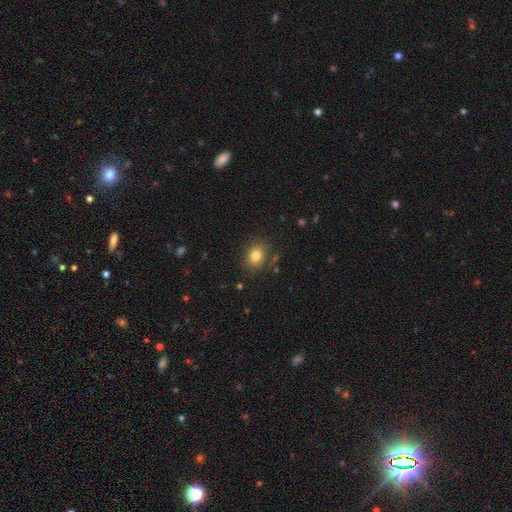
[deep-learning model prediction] Q: Smooth or featured?
A: smooth (81%); runner-up: star or artifact (11%)
Q: How rounded?
A: in between (53%); runner-up: round (46%)
Q: Merging?
A: none (83%); runner-up: minor disturbance (11%)